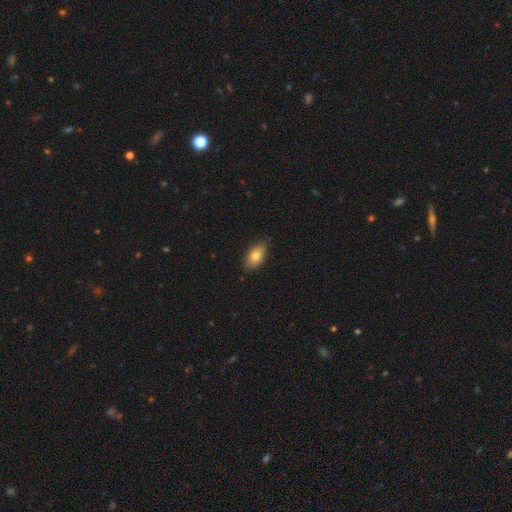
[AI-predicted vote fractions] Smooth or featured? Predicted: smooth (p=0.79). How rounded? Predicted: in between (p=0.89). Merging? Predicted: none (p=0.80).